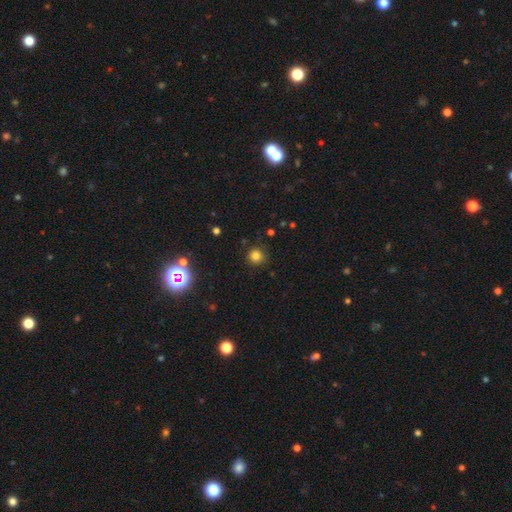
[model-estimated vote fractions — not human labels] A smooth galaxy with no disk features (79%) that is round (93%).

Vote fractions:
- Smooth or featured? smooth: 79% / star or artifact: 16% / featured or disk: 5%
- How rounded? round: 93% / in between: 6% / cigar-shaped: 1%
- Merging? none: 87% / minor disturbance: 8% / major disturbance: 3% / merger: 2%